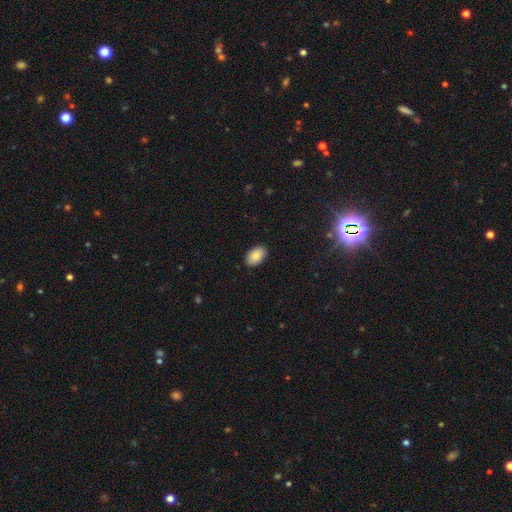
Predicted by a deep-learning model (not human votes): smooth_or_featured: smooth (p=0.88) [alt: star or artifact p=0.07]
how_rounded: in between (p=0.92) [alt: round p=0.06]
merging: none (p=0.89) [alt: minor disturbance p=0.08]